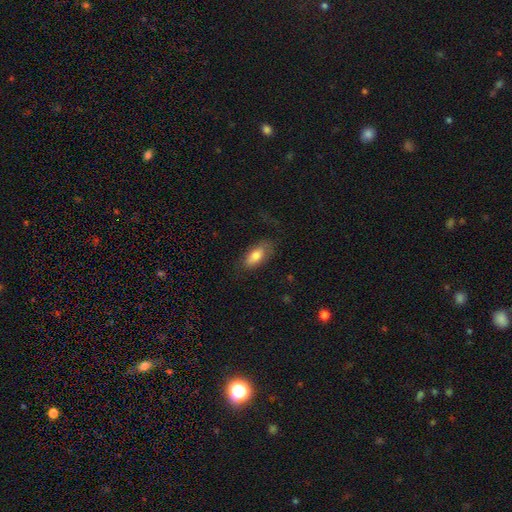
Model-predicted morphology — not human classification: Q: Smooth or featured?
A: smooth (76%); runner-up: featured or disk (17%)
Q: How rounded?
A: in between (86%); runner-up: cigar-shaped (11%)
Q: Merging?
A: none (68%); runner-up: minor disturbance (20%)